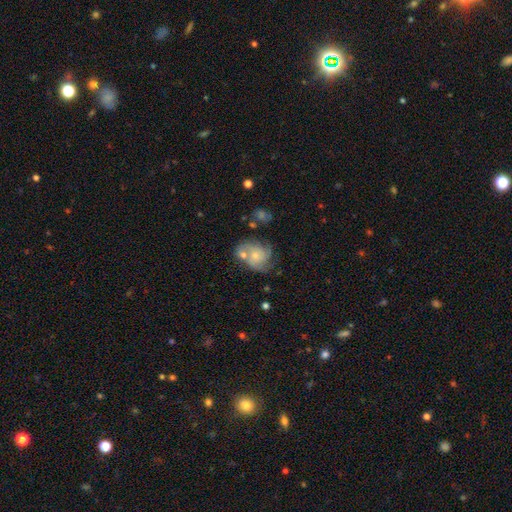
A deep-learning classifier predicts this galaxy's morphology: smooth-or-featured: featured or disk: 72% | smooth: 20% | star or artifact: 7%
  disk-edge-on: no: 98% | yes: 2%
    bar: no: 78% | weak: 19% | strong: 3%
    has-spiral-arms: yes: 93% | no: 7%
      spiral-winding: tight: 46% | medium: 41% | loose: 13%
      spiral-arm-count: 3: 42% | can't tell: 19% | 2: 15% | 4: 15% | 1: 5% | more than 4: 4%
    bulge-size: small: 55% | moderate: 38% | none: 4% | large: 3% | dominant: 1%
  merging: none: 46% | merger: 24% | minor disturbance: 19% | major disturbance: 10%